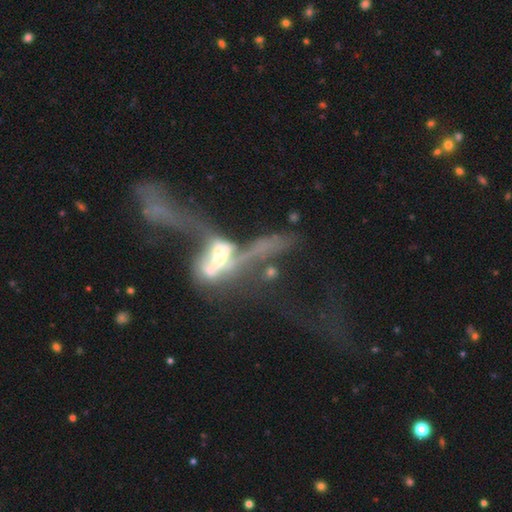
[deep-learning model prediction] smooth-or-featured: featured or disk: 64% | star or artifact: 18% | smooth: 17%
  disk-edge-on: no: 61% | yes: 39%
  merging: merger: 62% | major disturbance: 23% | none: 10% | minor disturbance: 6%